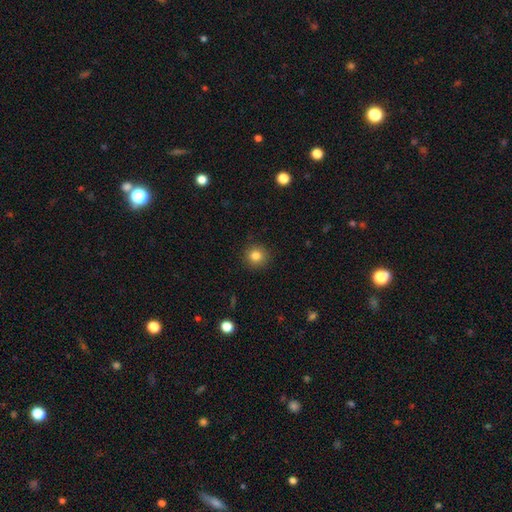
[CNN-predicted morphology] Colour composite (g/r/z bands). It shows a smooth galaxy with no disk features (83%) that is round (92%). Merging: none (90%).